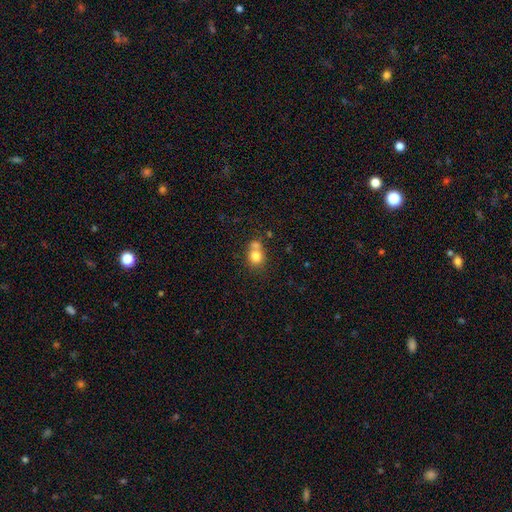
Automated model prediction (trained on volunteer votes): This is likely a smooth galaxy (78%). How rounded: likely round (73%). Merging: marginally merger (45%).